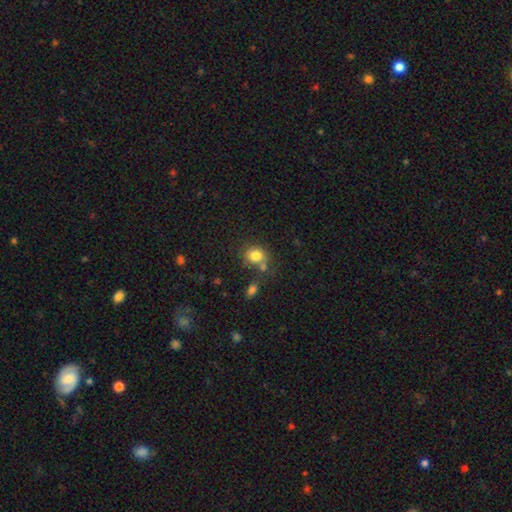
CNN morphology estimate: This appears to be a smooth galaxy with no disk features (81%) that is round (68%). Merging: none (58%).